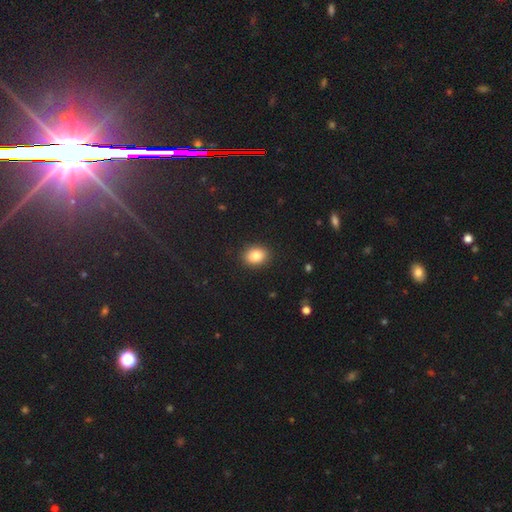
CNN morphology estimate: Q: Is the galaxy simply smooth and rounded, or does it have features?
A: smooth — 83%.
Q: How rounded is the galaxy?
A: in between — 52%.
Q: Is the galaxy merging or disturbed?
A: none — 90%.